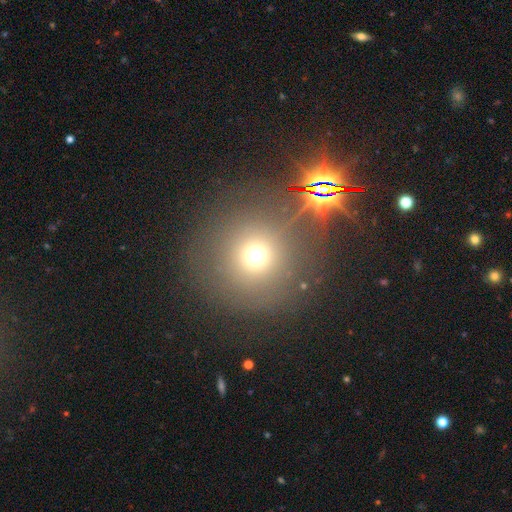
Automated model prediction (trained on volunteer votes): This appears to be a smooth galaxy with no disk features (64%) that is round (94%). Merging: none (77%).